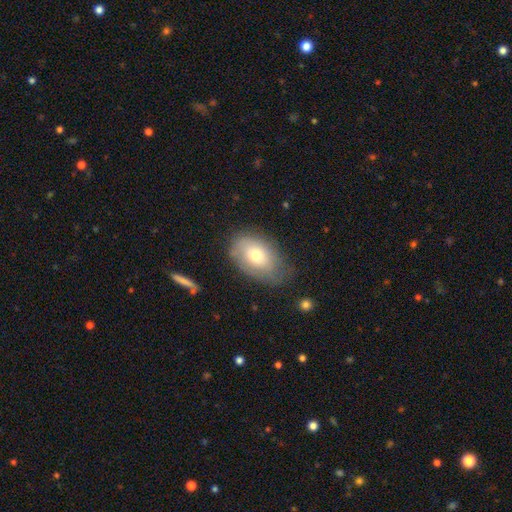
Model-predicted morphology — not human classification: This appears to be a smooth galaxy with no disk features (65%) that is in between round and cigar-shaped (82%). Merging: none (62%).